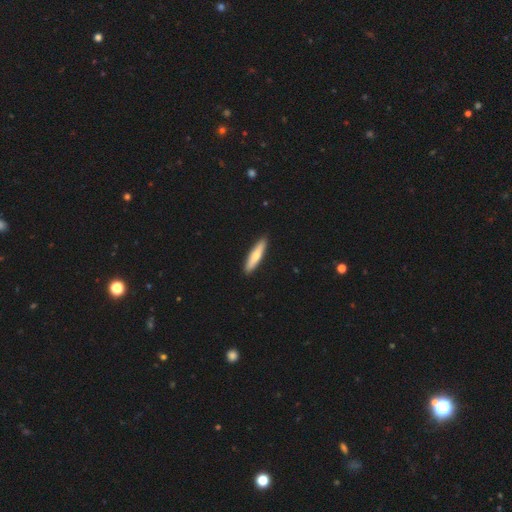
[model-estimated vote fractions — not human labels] smooth 66%, featured or disk 29%, star or artifact 5%. Down the decision tree: how rounded — cigar-shaped (83%); merging — none (91%).